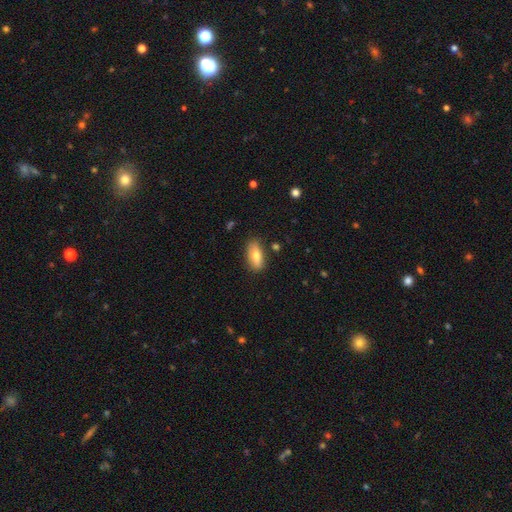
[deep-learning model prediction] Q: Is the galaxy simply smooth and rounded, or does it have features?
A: smooth — 75%.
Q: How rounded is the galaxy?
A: in between — 83%.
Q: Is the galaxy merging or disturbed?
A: none — 83%.